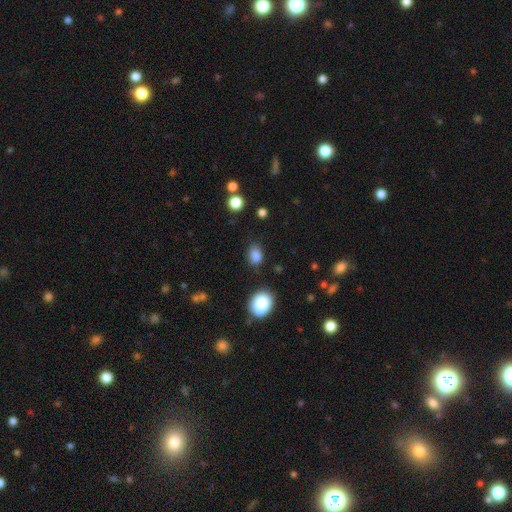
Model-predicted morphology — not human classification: Smooth or featured? smooth (85%)
How rounded? in between (73%)
Merging? none (74%)